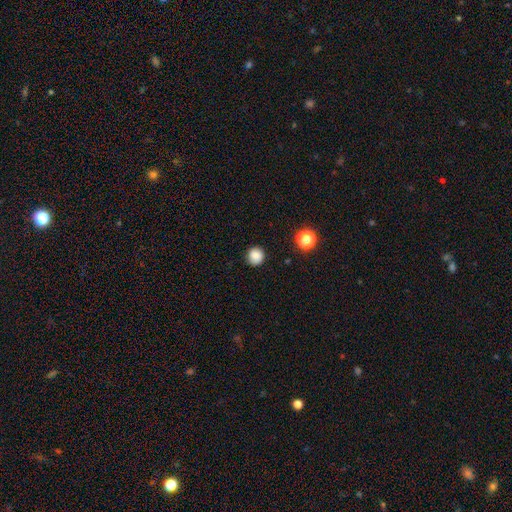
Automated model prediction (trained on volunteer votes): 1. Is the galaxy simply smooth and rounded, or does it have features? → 85% smooth, 11% star or artifact, 5% featured or disk.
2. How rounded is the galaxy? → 91% round, 8% in between, 1% cigar-shaped.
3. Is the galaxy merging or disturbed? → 87% none, 9% minor disturbance, 2% major disturbance, 1% merger.